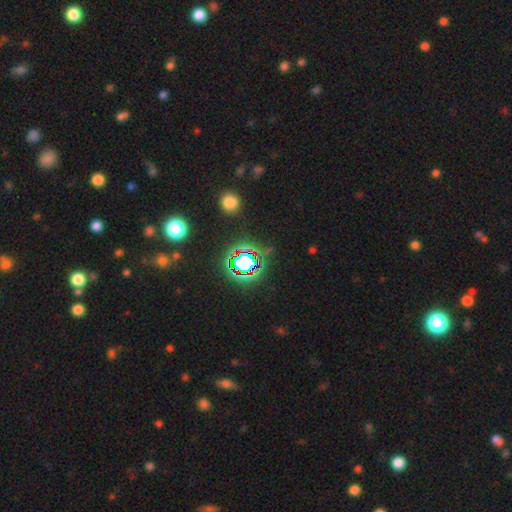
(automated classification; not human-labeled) star or artifact 75%, smooth 17%, featured or disk 8%.